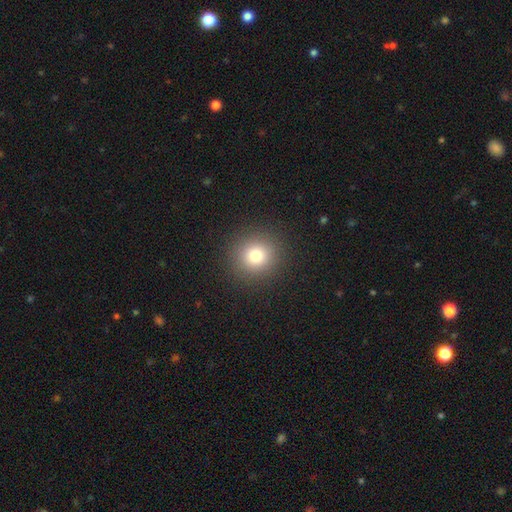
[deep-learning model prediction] Smooth or featured: smooth — 77% (star or artifact — 15%)
How rounded: round — 92% (in between — 7%)
Merging: none — 91% (minor disturbance — 5%)